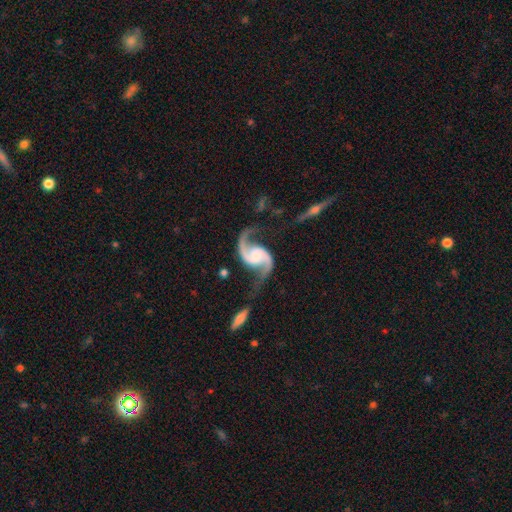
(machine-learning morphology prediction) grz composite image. It shows a featured or disk galaxy (94%) with no bar (53%), 2 (94%) loose (64%) spiral arms (98%) and no central bulge (37%). Merging: none (65%).